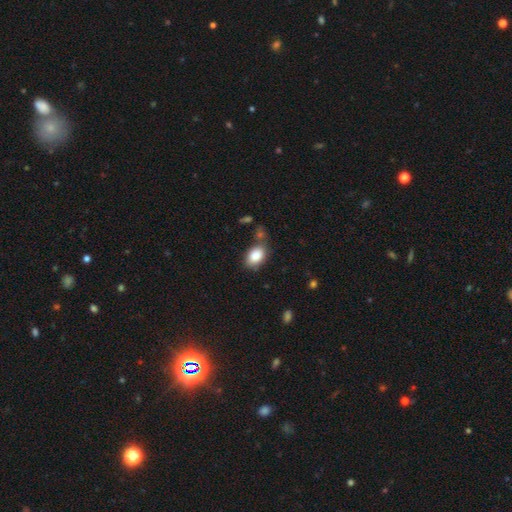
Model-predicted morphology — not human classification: A smooth galaxy with no disk features (85%) that is in between round and cigar-shaped (82%). Merging: none (68%).